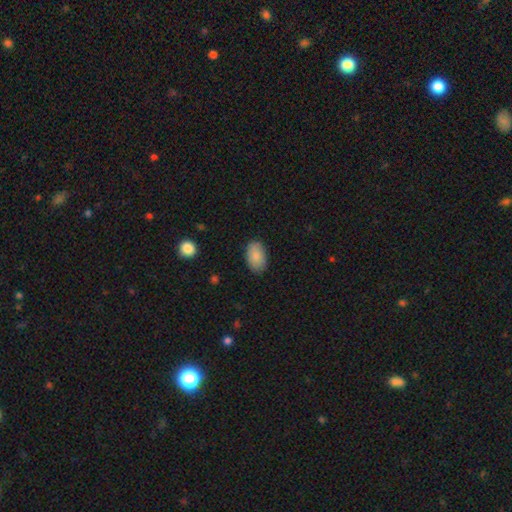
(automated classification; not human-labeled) Smooth or featured? Predicted: smooth (p=0.85). How rounded? Predicted: in between (p=0.92). Merging? Predicted: none (p=0.85).